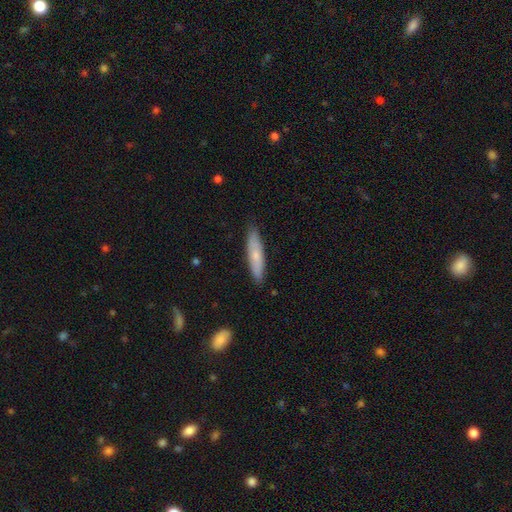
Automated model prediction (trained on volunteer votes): smooth_or_featured: smooth (p=0.66) [alt: featured or disk p=0.29]
how_rounded: cigar-shaped (p=0.80) [alt: in between p=0.18]
merging: none (p=0.86) [alt: minor disturbance p=0.11]